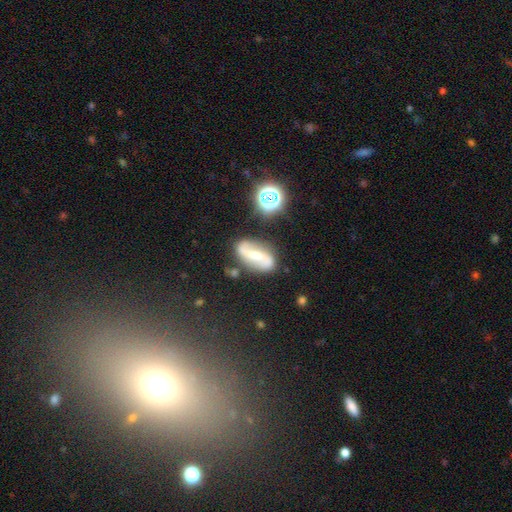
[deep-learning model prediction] smooth-or-featured: featured or disk: 71% | smooth: 20% | star or artifact: 9%
  disk-edge-on: no: 92% | yes: 8%
    bar: strong: 43% | weak: 34% | no: 23%
    has-spiral-arms: yes: 88% | no: 12%
      spiral-winding: loose: 59% | medium: 29% | tight: 12%
      spiral-arm-count: 2: 89% | can't tell: 6% | 1: 3% | 3: 1% | 4: 1% | more than 4: 1%
    bulge-size: small: 41% | moderate: 39% | none: 11% | large: 7% | dominant: 2%
  merging: none: 73% | minor disturbance: 16% | major disturbance: 6% | merger: 5%